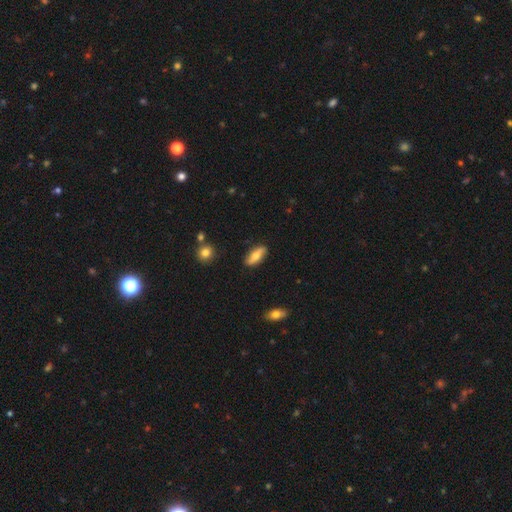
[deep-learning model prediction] Smooth or featured: smooth — 62% (featured or disk — 31%)
How rounded: in between — 70% (cigar-shaped — 26%)
Merging: none — 87% (minor disturbance — 10%)